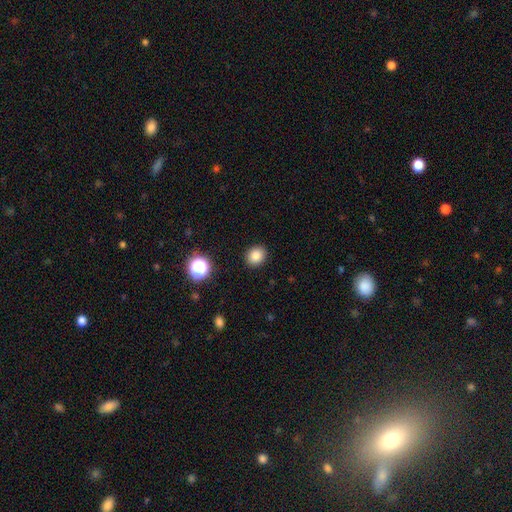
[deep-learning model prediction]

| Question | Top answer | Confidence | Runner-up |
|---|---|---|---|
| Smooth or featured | smooth | 83% | star or artifact (12%) |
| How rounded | round | 71% | in between (28%) |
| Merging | none | 91% | minor disturbance (6%) |